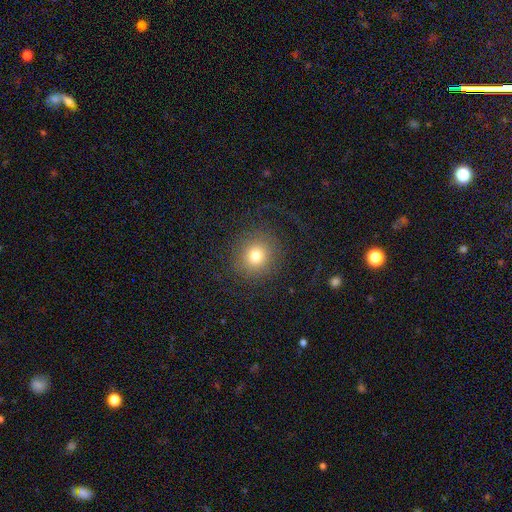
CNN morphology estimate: Q: Smooth or featured?
A: smooth (70%); runner-up: star or artifact (15%)
Q: How rounded?
A: round (88%); runner-up: in between (11%)
Q: Merging?
A: none (78%); runner-up: major disturbance (12%)